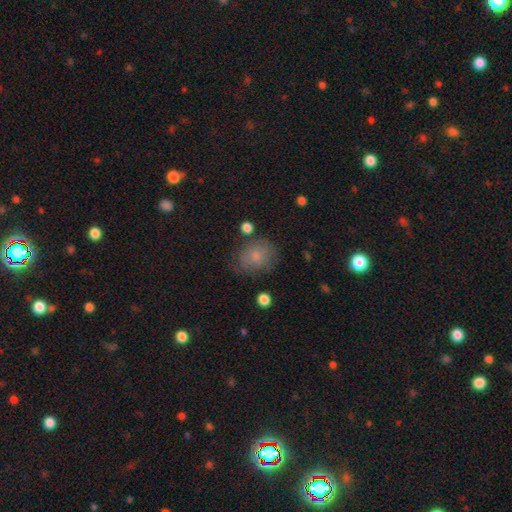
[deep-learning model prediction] smooth 73%, featured or disk 17%, star or artifact 10%. Down the decision tree: how rounded — round (52%); merging — none (65%).